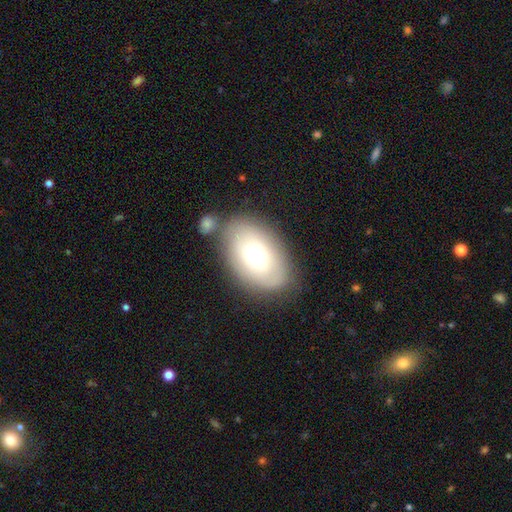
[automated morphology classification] Smooth or featured? Predicted: smooth (p=0.66). How rounded? Predicted: in between (p=0.89). Merging? Predicted: none (p=0.69).